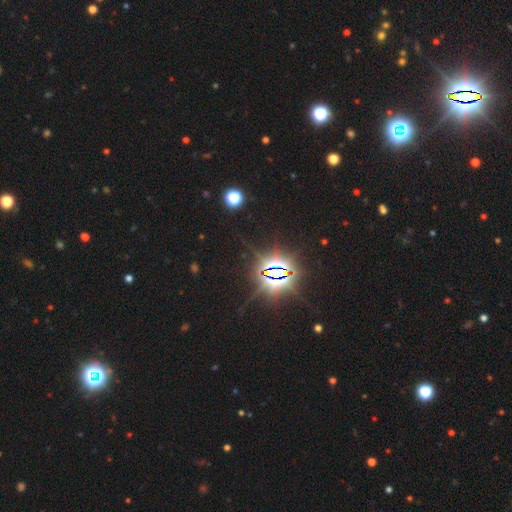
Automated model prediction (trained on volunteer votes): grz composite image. It shows a star or artifact, not a galaxy (84%).